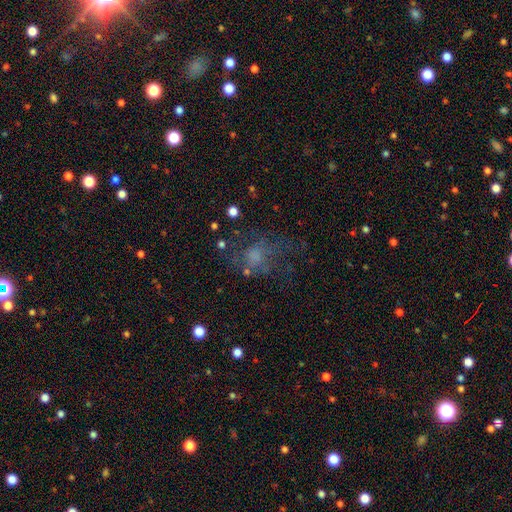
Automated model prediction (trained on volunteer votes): A smooth galaxy with no disk features (47%). Merging: none (47%).